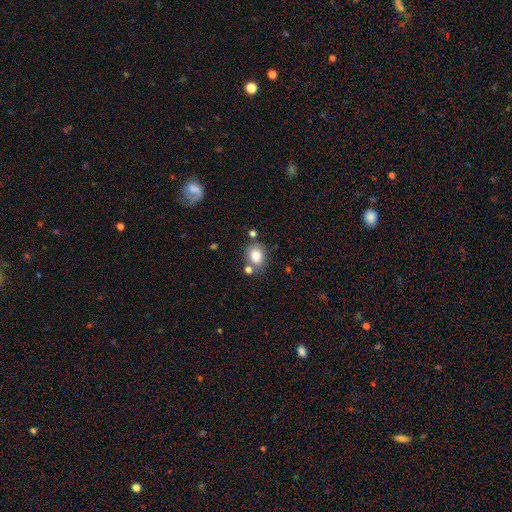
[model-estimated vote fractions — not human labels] Smooth or featured?
  - smooth: 81% *
  - star or artifact: 10%
  - featured or disk: 9%
How rounded?
  - round: 57% *
  - in between: 42%
  - cigar-shaped: 1%
Merging?
  - none: 65% *
  - minor disturbance: 16%
  - merger: 14%
  - major disturbance: 5%